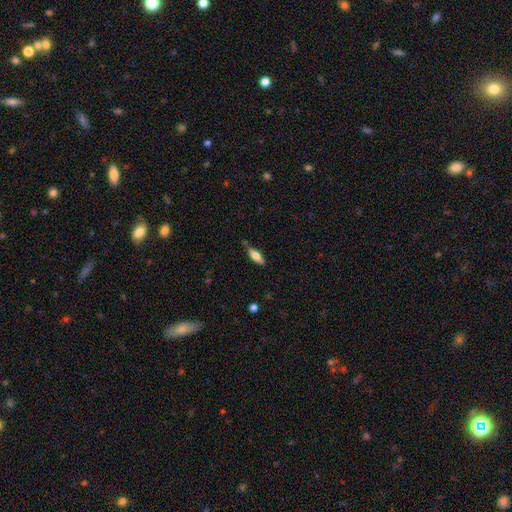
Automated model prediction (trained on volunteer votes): This is likely a smooth galaxy (62%). How rounded: possibly in between (55%). Merging: likely none (80%).